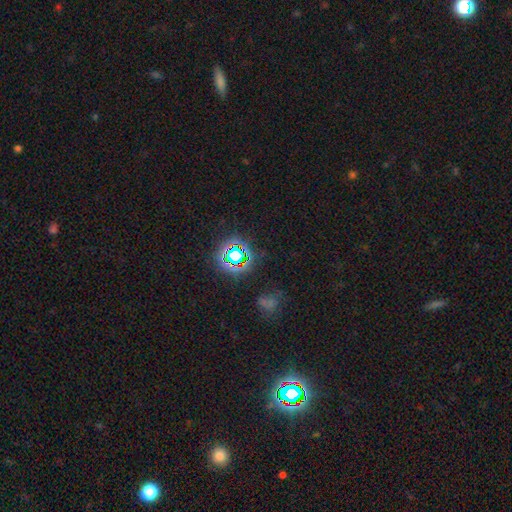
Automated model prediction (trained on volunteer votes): Smooth or featured? Predicted: star or artifact (p=0.75).